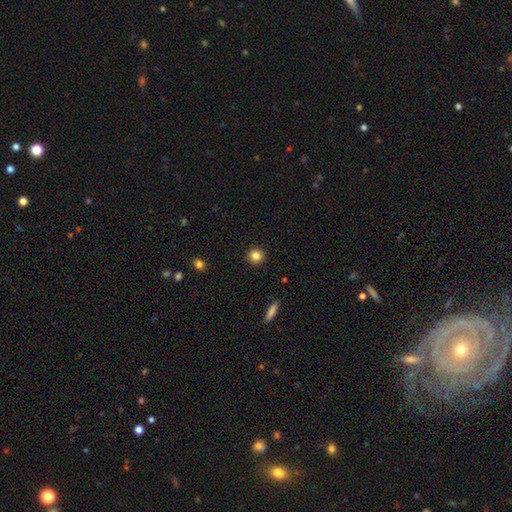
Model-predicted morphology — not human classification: The model was most divided on "smooth or featured": smooth: 83%, star or artifact: 11%, featured or disk: 6%. More confident: how rounded — round (94%); merging — none (92%).